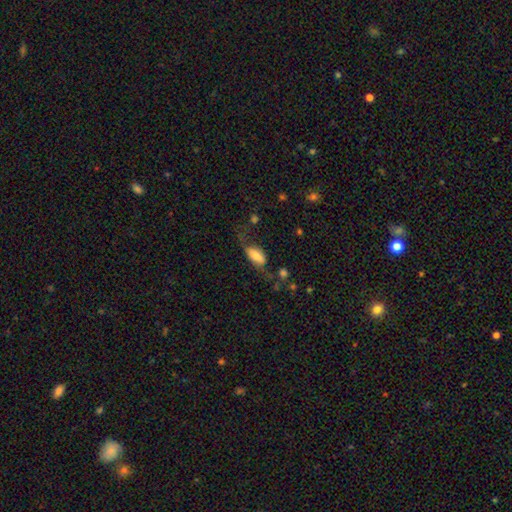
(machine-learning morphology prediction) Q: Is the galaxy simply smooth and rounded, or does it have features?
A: smooth — 65%.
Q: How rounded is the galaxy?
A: in between — 87%.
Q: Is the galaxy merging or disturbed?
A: none — 41%.